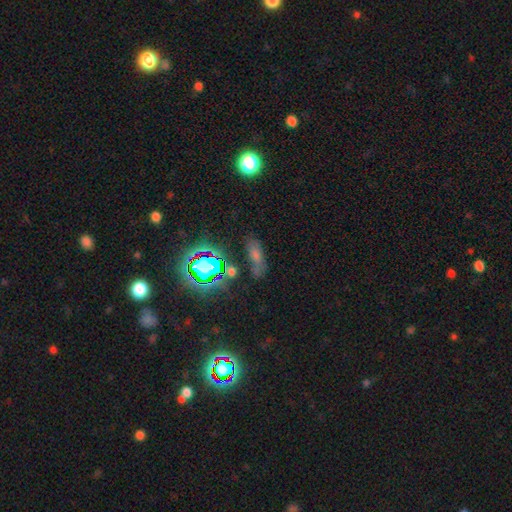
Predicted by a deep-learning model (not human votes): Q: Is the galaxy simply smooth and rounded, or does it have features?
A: smooth — 51%.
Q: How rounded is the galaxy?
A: in between — 63%.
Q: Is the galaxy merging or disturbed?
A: none — 63%.